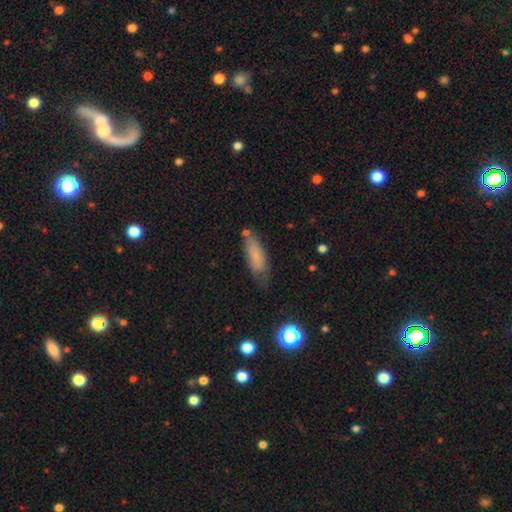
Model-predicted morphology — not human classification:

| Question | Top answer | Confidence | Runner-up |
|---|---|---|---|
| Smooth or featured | smooth | 76% | featured or disk (16%) |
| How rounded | in between | 57% | cigar-shaped (41%) |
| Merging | none | 63% | minor disturbance (25%) |